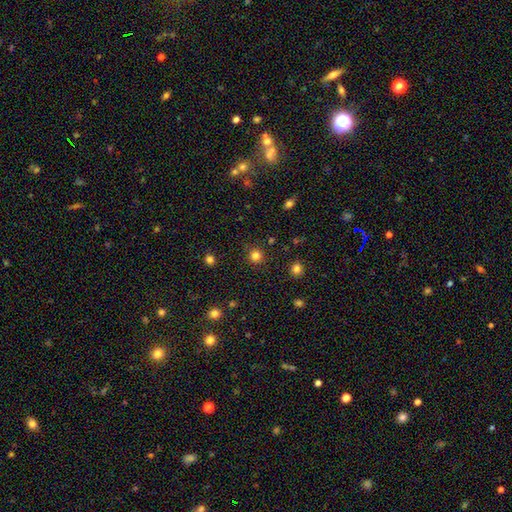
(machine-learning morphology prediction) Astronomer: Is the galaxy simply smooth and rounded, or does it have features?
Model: smooth — 81%.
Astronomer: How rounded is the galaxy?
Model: round — 94%.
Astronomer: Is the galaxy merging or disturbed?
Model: none — 90%.